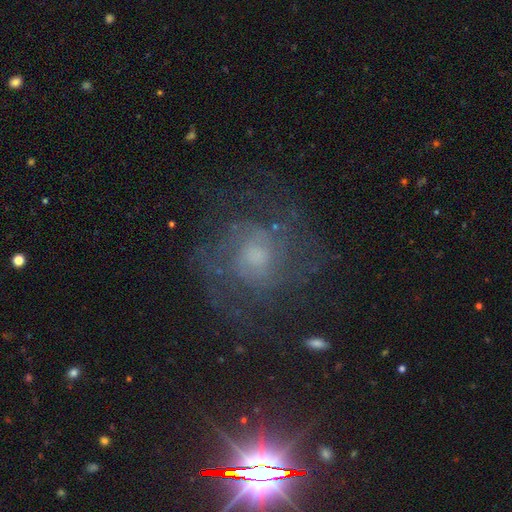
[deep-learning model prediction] Smooth or featured?
  - featured or disk: 70% *
  - smooth: 17%
  - star or artifact: 13%
Edge-on disk?
  - no: 97% *
  - yes: 3%
Bar?
  - no: 67% *
  - weak: 29%
  - strong: 4%
Spiral arms?
  - yes: 88% *
  - no: 12%
Spiral winding?
  - tight: 46% *
  - medium: 40%
  - loose: 14%
Spiral arm count?
  - can't tell: 39% *
  - 2: 30%
  - 3: 13%
  - 4: 7%
  - 1: 6%
  - more than 4: 5%
Bulge size?
  - moderate: 45% *
  - small: 33%
  - none: 10%
  - large: 10%
  - dominant: 2%
Merging?
  - none: 70% *
  - minor disturbance: 14%
  - major disturbance: 14%
  - merger: 2%